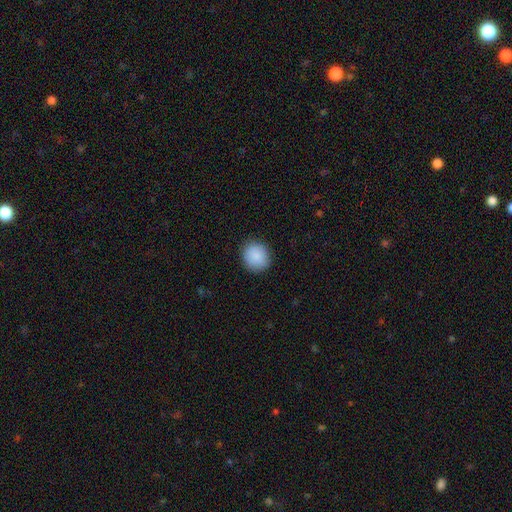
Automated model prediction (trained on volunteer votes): smooth_or_featured: smooth (p=0.90) [alt: star or artifact p=0.07]
how_rounded: round (p=0.79) [alt: in between p=0.20]
merging: none (p=0.88) [alt: minor disturbance p=0.08]